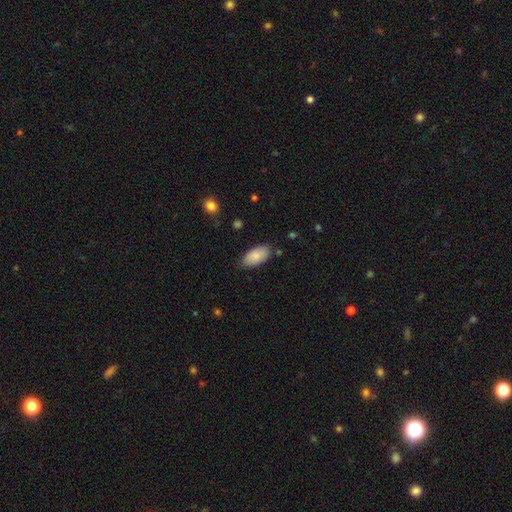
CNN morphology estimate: smooth_or_featured: smooth (p=0.83) [alt: featured or disk p=0.11]
how_rounded: in between (p=0.94) [alt: cigar-shaped p=0.04]
merging: none (p=0.82) [alt: minor disturbance p=0.14]